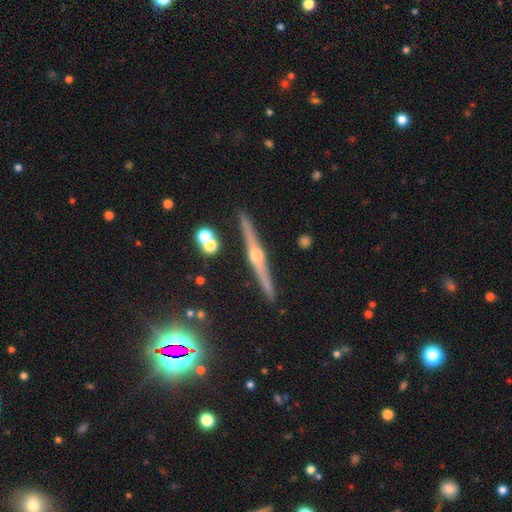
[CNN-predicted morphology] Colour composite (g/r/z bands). It shows a featured or disk galaxy (81%) viewed edge-on (98%) with a rounded central bulge (89%). Merging: none (89%).